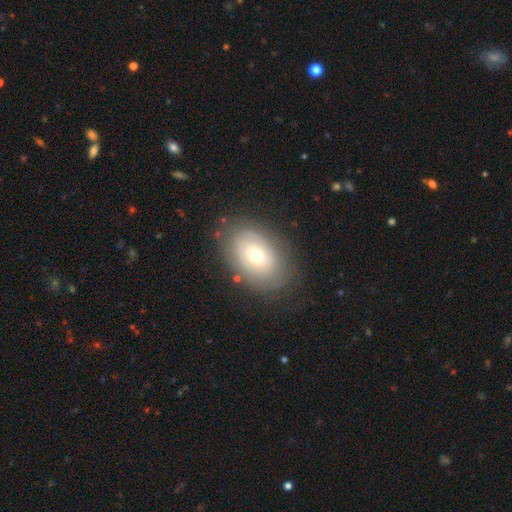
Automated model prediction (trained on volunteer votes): smooth_or_featured: featured or disk (p=0.48) [alt: smooth p=0.43]
merging: none (p=0.79) [alt: minor disturbance p=0.15]